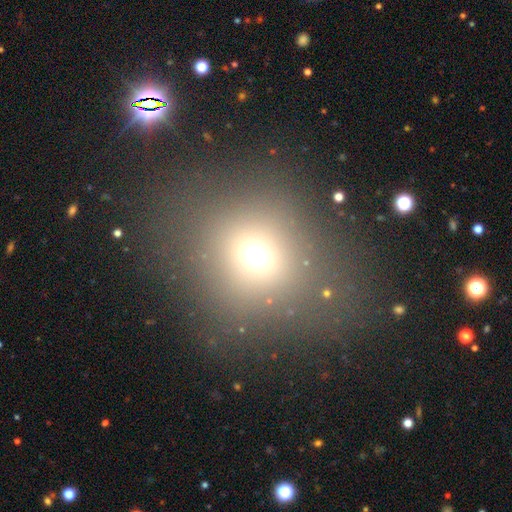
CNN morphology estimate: Smooth or featured? smooth (66%)
How rounded? round (79%)
Merging? none (77%)